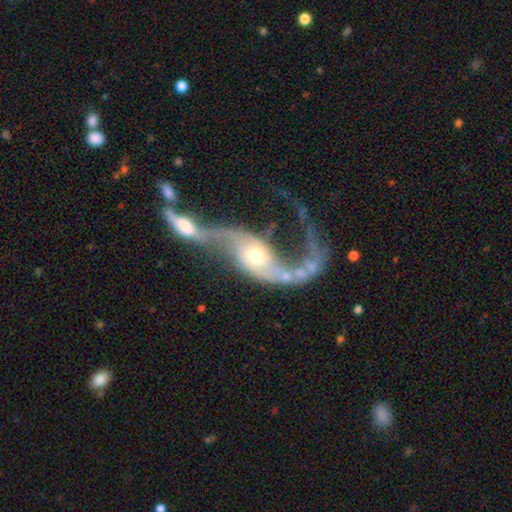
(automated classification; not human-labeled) Smooth or featured?
  - featured or disk: 84% *
  - smooth: 10%
  - star or artifact: 6%
Edge-on disk?
  - no: 94% *
  - yes: 6%
Bar?
  - no: 60% *
  - weak: 28%
  - strong: 12%
Spiral arms?
  - yes: 88% *
  - no: 12%
Spiral winding?
  - loose: 84% *
  - medium: 12%
  - tight: 4%
Spiral arm count?
  - 2: 87% *
  - 1: 5%
  - can't tell: 4%
  - 3: 1%
  - 4: 1%
  - more than 4: 1%
Bulge size?
  - moderate: 62% *
  - small: 25%
  - large: 9%
  - none: 2%
  - dominant: 2%
Merging?
  - merger: 68% *
  - major disturbance: 14%
  - none: 12%
  - minor disturbance: 6%